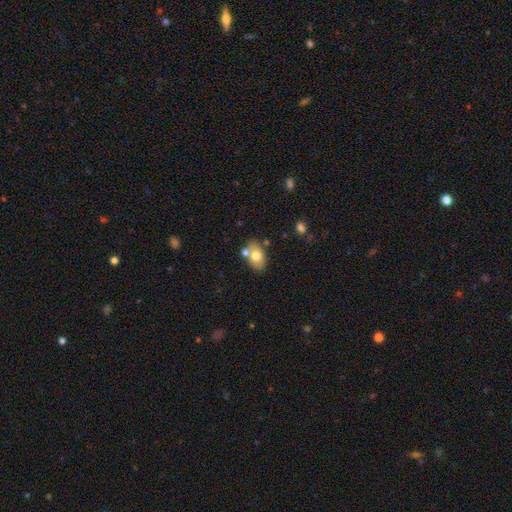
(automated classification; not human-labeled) This appears to be a smooth galaxy with no disk features (71%) that is in between round and cigar-shaped (85%). Merging: none (65%).